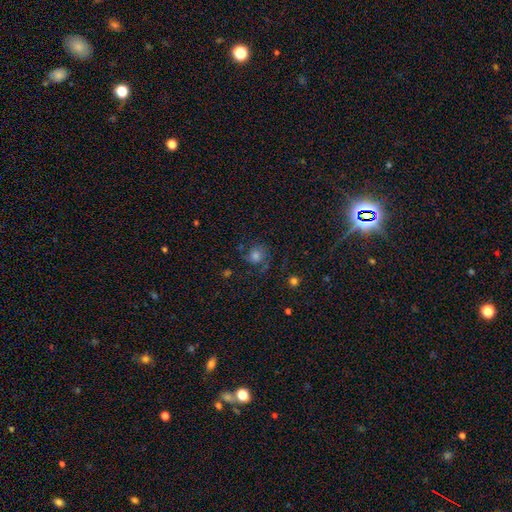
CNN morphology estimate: The model was most divided on "smooth or featured": featured or disk: 45%, smooth: 36%, star or artifact: 19%. More confident: merging — none (64%).